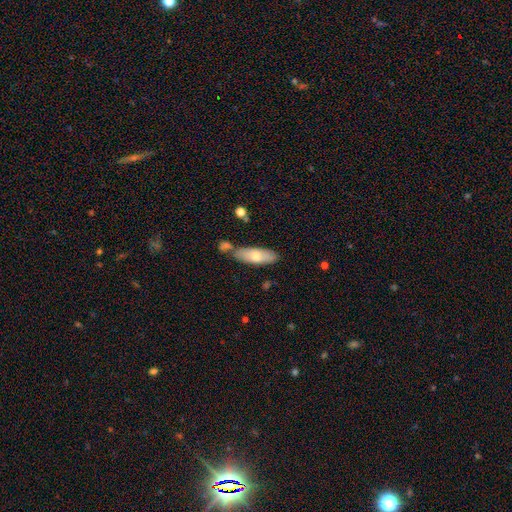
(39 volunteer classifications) Smooth or featured?
  - smooth: 79% *
  - featured or disk: 15%
  - star or artifact: 5%
How rounded?
  - in between: 61% *
  - cigar-shaped: 35%
  - round: 3%
Merging?
  - none: 81% *
  - merger: 14%
  - minor disturbance: 3%
  - major disturbance: 3%